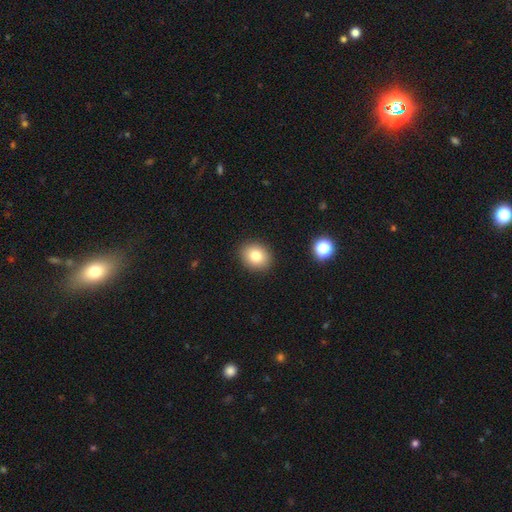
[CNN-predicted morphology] Q: Smooth or featured?
A: smooth (81%); runner-up: star or artifact (11%)
Q: How rounded?
A: round (62%); runner-up: in between (37%)
Q: Merging?
A: none (90%); runner-up: minor disturbance (7%)